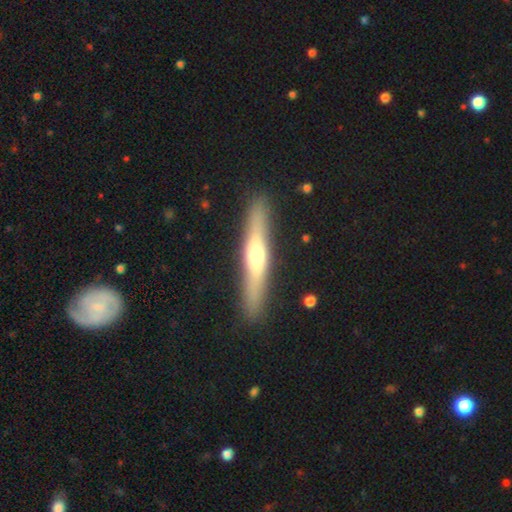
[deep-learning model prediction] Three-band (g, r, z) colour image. It shows a featured or disk galaxy (61%) viewed edge-on (93%) with a rounded central bulge (83%). Merging: none (90%).